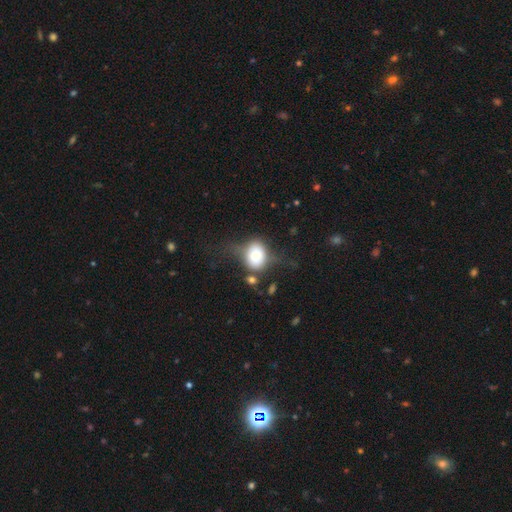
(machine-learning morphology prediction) A smooth galaxy with no disk features (62%) that is round (51%). Merging: none (40%).